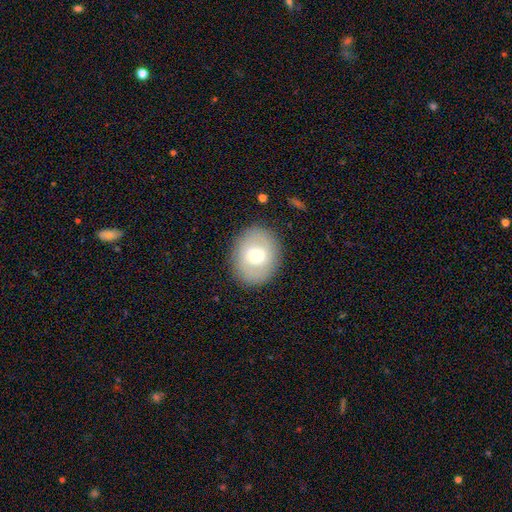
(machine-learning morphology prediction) The model was most divided on "how rounded": round: 62%, in between: 37%, cigar-shaped: 1%. More confident: merging — none (86%); smooth or featured — smooth (59%).